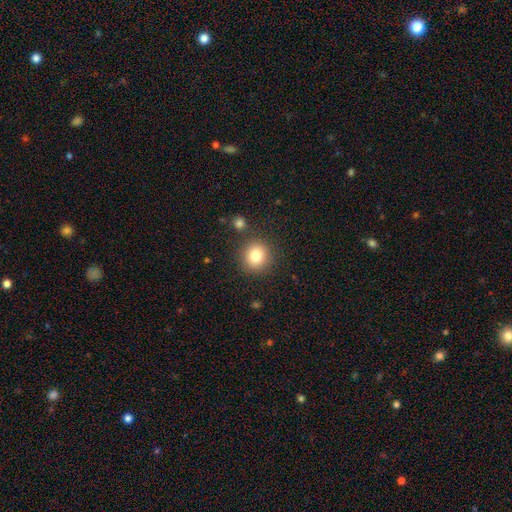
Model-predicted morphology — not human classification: Smooth or featured?
  - smooth: 80% *
  - star or artifact: 11%
  - featured or disk: 8%
How rounded?
  - round: 90% *
  - in between: 9%
  - cigar-shaped: 1%
Merging?
  - none: 85% *
  - minor disturbance: 7%
  - merger: 4%
  - major disturbance: 3%